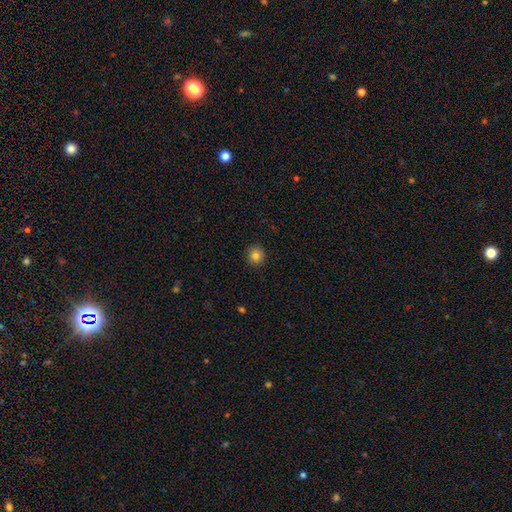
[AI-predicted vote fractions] This is clearly a smooth galaxy (82%). How rounded: clearly round (91%). Merging: clearly none (92%).